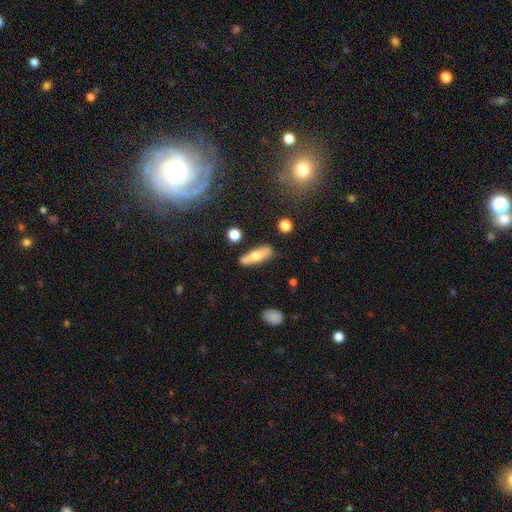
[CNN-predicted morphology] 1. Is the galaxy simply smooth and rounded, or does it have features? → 56% smooth, 37% featured or disk, 7% star or artifact.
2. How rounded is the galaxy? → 52% cigar-shaped, 45% in between, 3% round.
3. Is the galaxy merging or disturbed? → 73% none, 16% minor disturbance, 7% merger, 4% major disturbance.